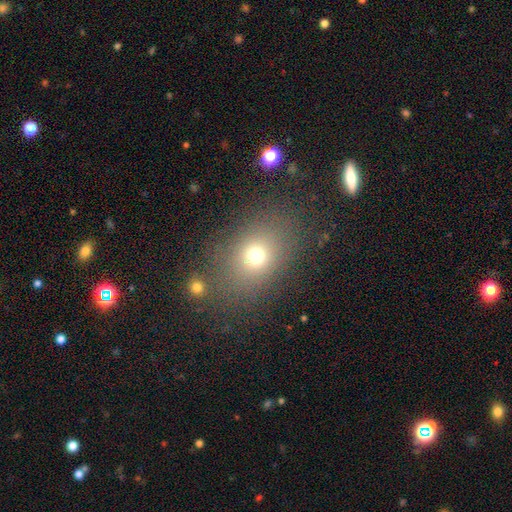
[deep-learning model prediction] Smooth or featured? Predicted: smooth (p=0.69). How rounded? Predicted: in between (p=0.51). Merging? Predicted: none (p=0.72).